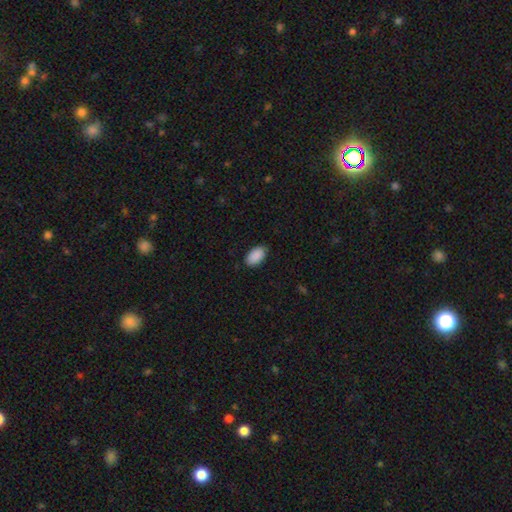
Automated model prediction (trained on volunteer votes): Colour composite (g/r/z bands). It shows a smooth galaxy with no disk features (91%) that is in between round and cigar-shaped (95%). Merging: none (87%).